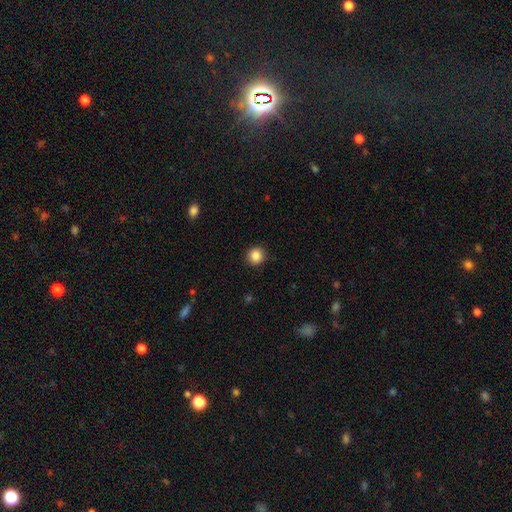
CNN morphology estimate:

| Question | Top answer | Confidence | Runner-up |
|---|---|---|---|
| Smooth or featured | smooth | 86% | star or artifact (10%) |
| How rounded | round | 90% | in between (9%) |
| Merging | none | 91% | minor disturbance (6%) |